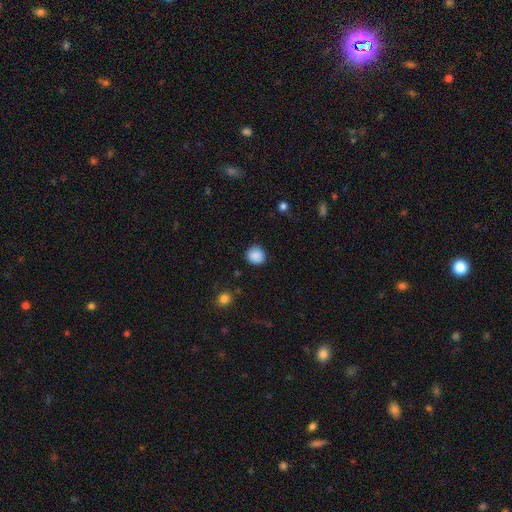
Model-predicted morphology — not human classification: A smooth galaxy with no disk features (88%) that is round (89%). Merging: none (87%).